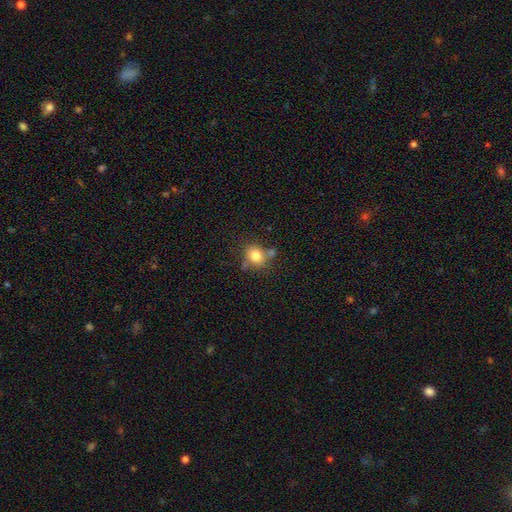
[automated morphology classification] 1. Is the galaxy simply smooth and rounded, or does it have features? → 78% smooth, 11% star or artifact, 11% featured or disk.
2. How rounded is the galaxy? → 64% round, 35% in between, 1% cigar-shaped.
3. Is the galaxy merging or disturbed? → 59% none, 18% minor disturbance, 17% merger, 6% major disturbance.